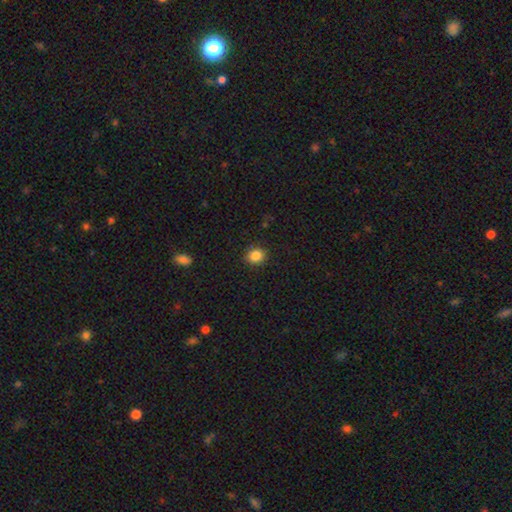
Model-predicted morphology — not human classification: smooth_or_featured: smooth (p=0.86) [alt: star or artifact p=0.10]
how_rounded: round (p=0.71) [alt: in between p=0.28]
merging: none (p=0.89) [alt: minor disturbance p=0.07]